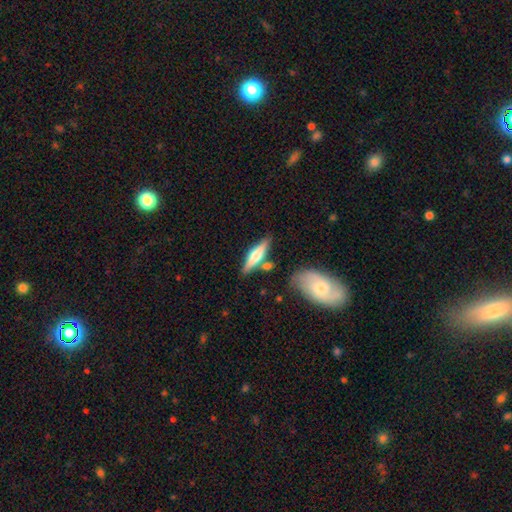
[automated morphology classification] type=smooth (50%); merging=none (72%).